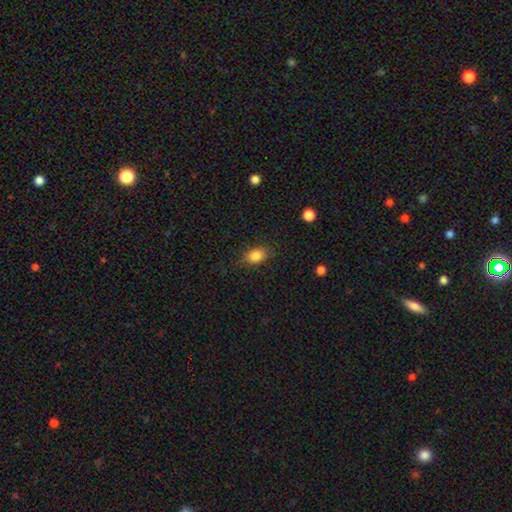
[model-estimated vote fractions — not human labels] A smooth galaxy with no disk features (84%) that is in between round and cigar-shaped (77%). Merging: none (82%).